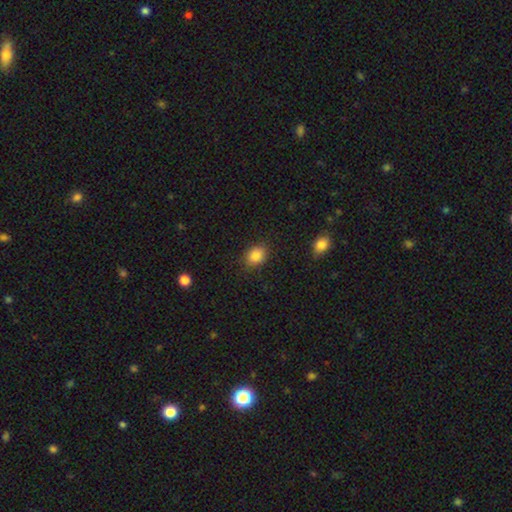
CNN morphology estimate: type=smooth (86%); roundness=in between (56%); merging=none (84%).